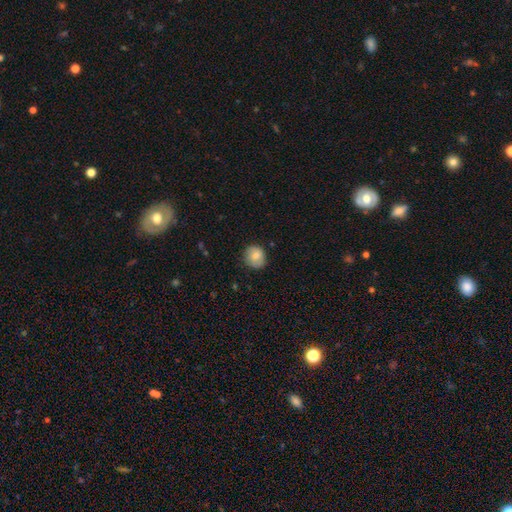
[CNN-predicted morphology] smooth-or-featured: smooth: 81% | featured or disk: 11% | star or artifact: 8%
  how-rounded: round: 83% | in between: 16% | cigar-shaped: 1%
  merging: none: 80% | minor disturbance: 16% | major disturbance: 3% | merger: 1%